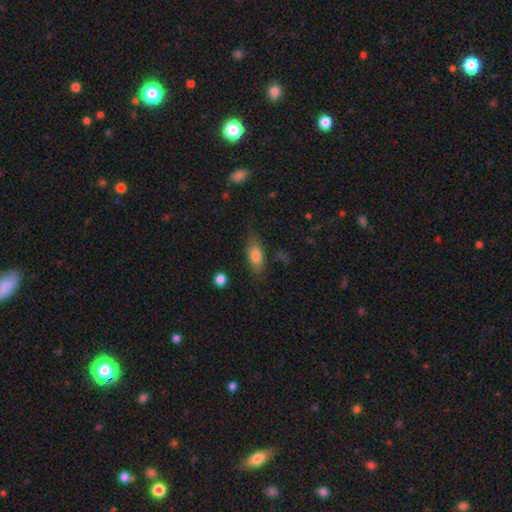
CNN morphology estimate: smooth_or_featured: smooth (p=0.75) [alt: featured or disk p=0.17]
how_rounded: in between (p=0.77) [alt: cigar-shaped p=0.19]
merging: none (p=0.73) [alt: minor disturbance p=0.19]